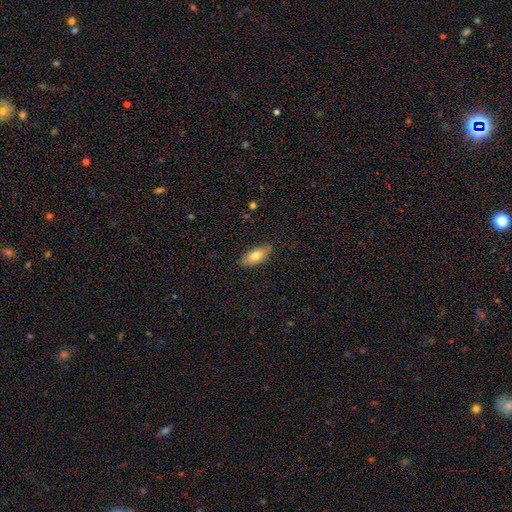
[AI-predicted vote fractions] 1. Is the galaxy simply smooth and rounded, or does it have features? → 74% smooth, 19% featured or disk, 7% star or artifact.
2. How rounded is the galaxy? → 84% in between, 13% cigar-shaped, 3% round.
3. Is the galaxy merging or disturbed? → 83% none, 14% minor disturbance, 2% major disturbance, 1% merger.